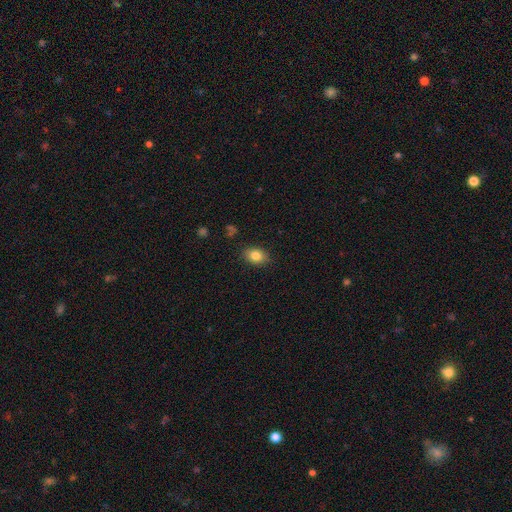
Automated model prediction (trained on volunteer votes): Smooth or featured: smooth — 82% (star or artifact — 9%)
How rounded: in between — 74% (round — 25%)
Merging: none — 86% (minor disturbance — 10%)